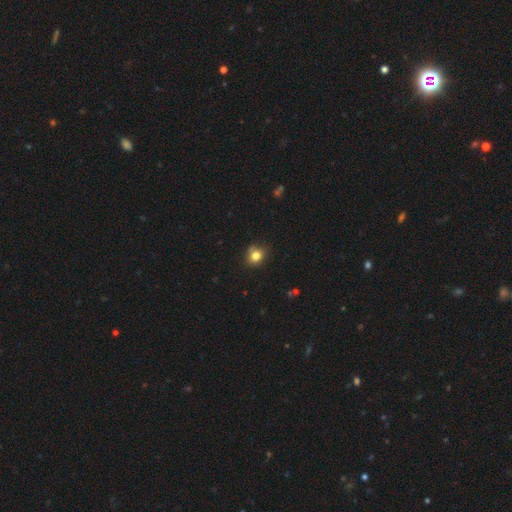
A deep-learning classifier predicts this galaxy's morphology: A smooth galaxy with no disk features (80%) that is round (63%).

Vote fractions:
- Smooth or featured? smooth: 80% / star or artifact: 12% / featured or disk: 8%
- How rounded? round: 63% / in between: 36% / cigar-shaped: 1%
- Merging? none: 70% / minor disturbance: 20% / merger: 6% / major disturbance: 4%